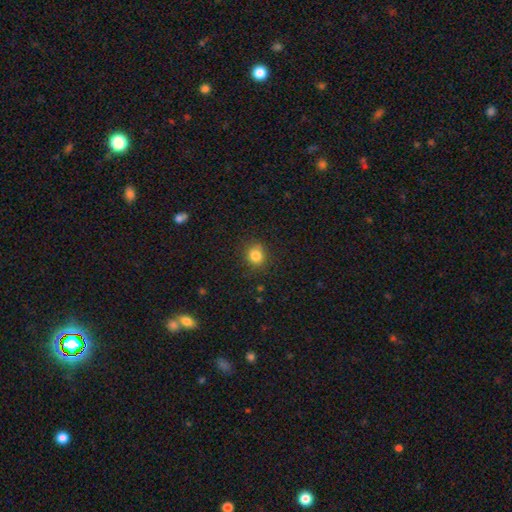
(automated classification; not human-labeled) Smooth or featured?
  - smooth: 83% *
  - star or artifact: 12%
  - featured or disk: 5%
How rounded?
  - round: 79% *
  - in between: 20%
  - cigar-shaped: 1%
Merging?
  - none: 84% *
  - minor disturbance: 11%
  - major disturbance: 3%
  - merger: 1%